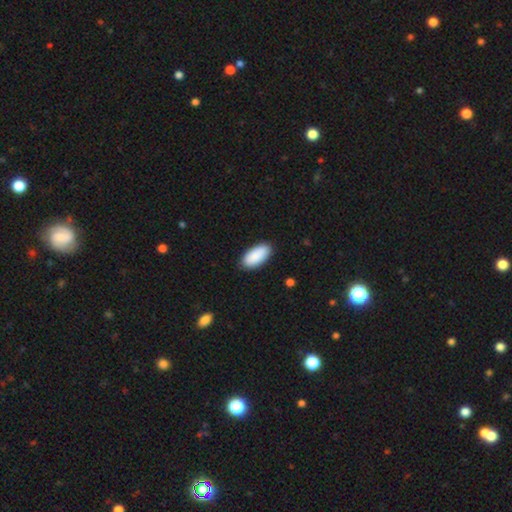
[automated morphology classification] A smooth galaxy with no disk features (90%) that is in between round and cigar-shaped (94%). Merging: none (88%).